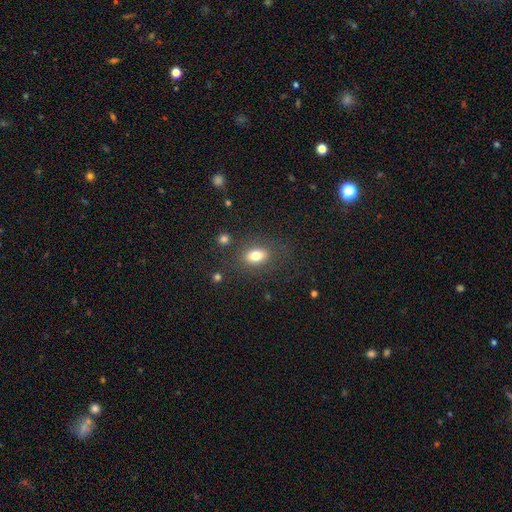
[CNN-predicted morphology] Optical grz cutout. It shows a smooth galaxy with no disk features (78%) that is in between round and cigar-shaped (79%). Merging: none (77%).